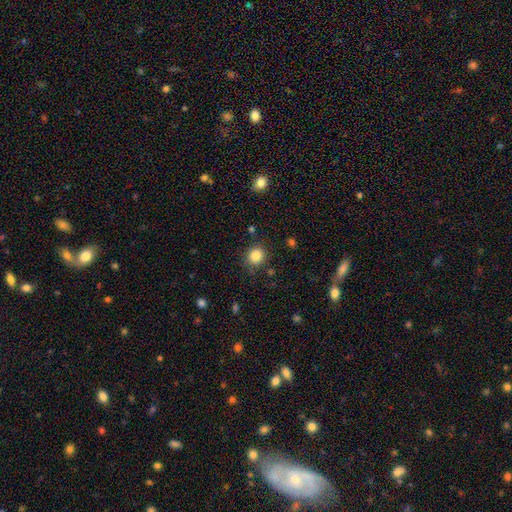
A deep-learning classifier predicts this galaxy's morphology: smooth 84%, star or artifact 11%, featured or disk 5%. Down the decision tree: how rounded — round (87%); merging — none (85%).